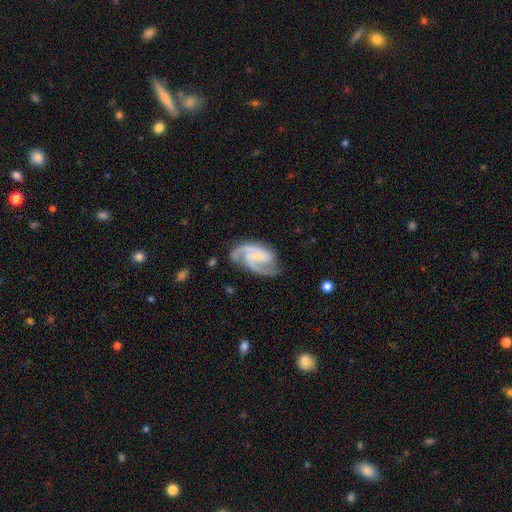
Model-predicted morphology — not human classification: A featured or disk galaxy (90%) with no bar (45%), 2 (53%) medium (54%) spiral arms (98%) and a small central bulge (60%).

Vote fractions:
- Smooth or featured? featured or disk: 90% / smooth: 6% / star or artifact: 4%
- Edge-on disk? no: 98% / yes: 2%
- Bar? no: 45% / weak: 40% / strong: 16%
- Spiral arms? yes: 98% / no: 2%
- Spiral winding? medium: 54% / tight: 33% / loose: 13%
- Spiral arm count? 2: 53% / 3: 34% / can't tell: 5% / 1: 3% / 4: 3% / more than 4: 2%
- Bulge size? small: 60% / moderate: 20% / none: 17% / large: 2% / dominant: 1%
- Merging? none: 65% / minor disturbance: 21% / major disturbance: 11% / merger: 2%